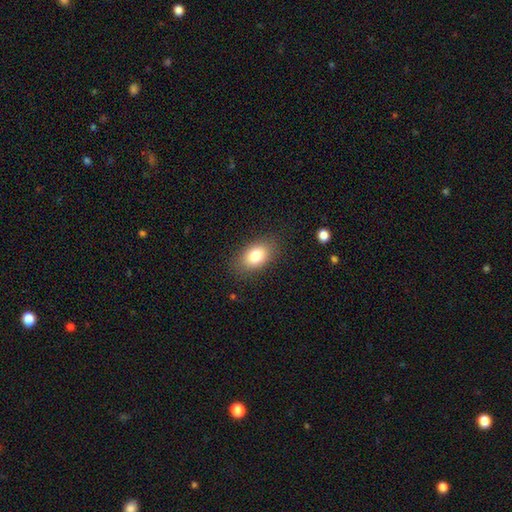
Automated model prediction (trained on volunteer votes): A smooth galaxy with no disk features (82%) that is in between round and cigar-shaped (88%).

Vote fractions:
- Smooth or featured? smooth: 82% / featured or disk: 10% / star or artifact: 8%
- How rounded? in between: 88% / round: 10% / cigar-shaped: 2%
- Merging? none: 83% / minor disturbance: 12% / major disturbance: 4% / merger: 1%